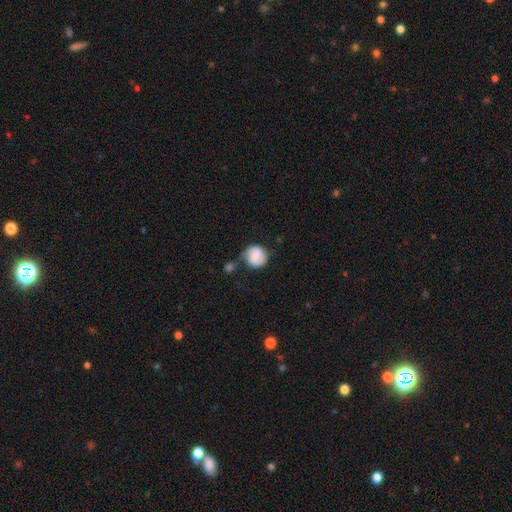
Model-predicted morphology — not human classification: Smooth or featured? smooth (56%)
How rounded? round (83%)
Merging? none (41%)